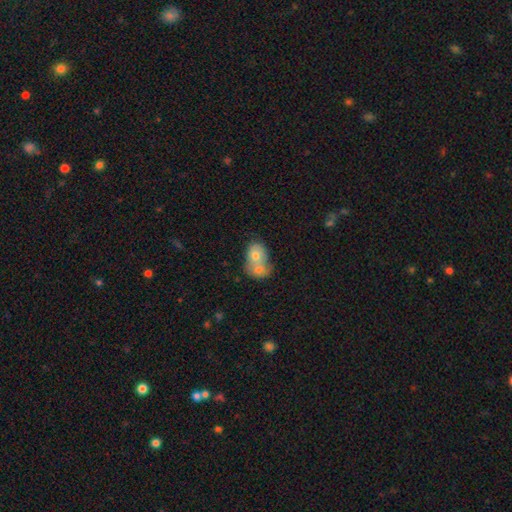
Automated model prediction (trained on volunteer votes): Morphology: type=smooth (68%); roundness=in between (59%); merging=merger (74%).